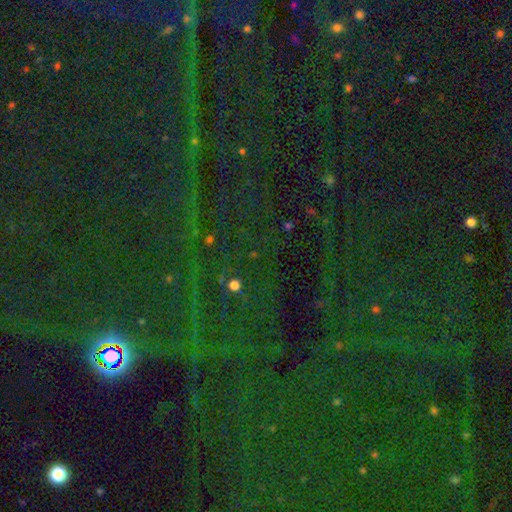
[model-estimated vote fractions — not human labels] This appears to be a star or artifact, not a galaxy (83%).